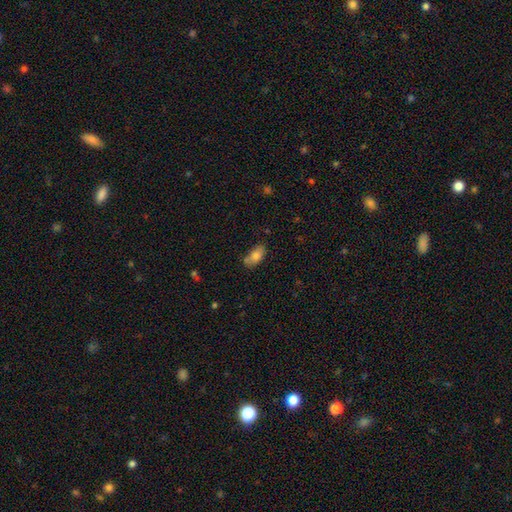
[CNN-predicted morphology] Smooth or featured: smooth — 79% (featured or disk — 12%)
How rounded: in between — 90% (cigar-shaped — 6%)
Merging: none — 64% (minor disturbance — 20%)